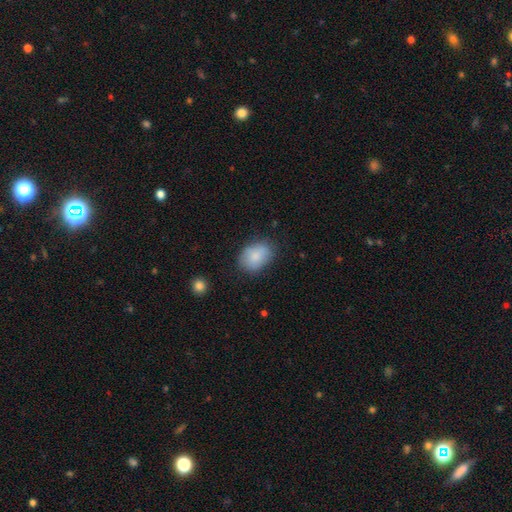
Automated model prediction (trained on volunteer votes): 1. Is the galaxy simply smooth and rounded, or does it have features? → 85% smooth, 8% featured or disk, 7% star or artifact.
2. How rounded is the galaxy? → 77% in between, 22% round, 1% cigar-shaped.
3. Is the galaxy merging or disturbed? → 72% none, 21% minor disturbance, 5% major disturbance, 2% merger.